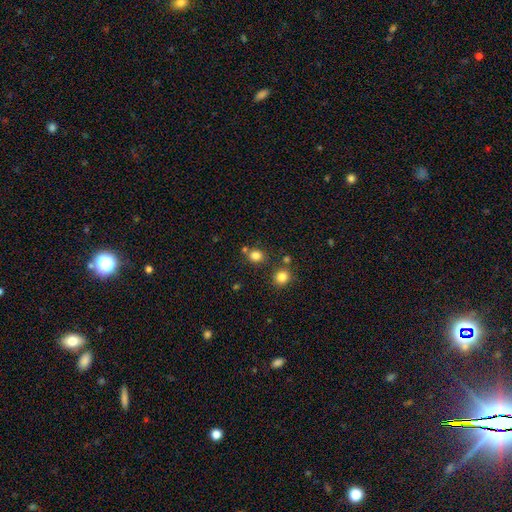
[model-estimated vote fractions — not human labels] Q: Smooth or featured?
A: smooth (81%); runner-up: star or artifact (13%)
Q: How rounded?
A: round (74%); runner-up: in between (25%)
Q: Merging?
A: none (71%); runner-up: merger (14%)